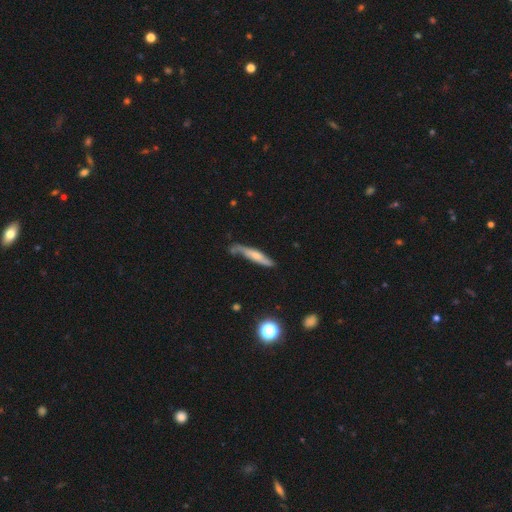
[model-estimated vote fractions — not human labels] This appears to be a smooth galaxy with no disk features (48%). Merging: none (52%).